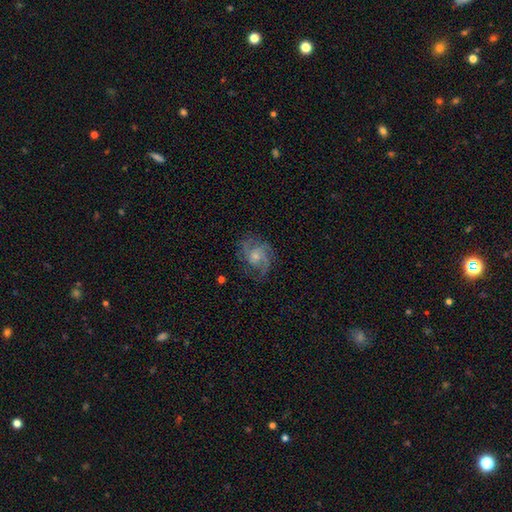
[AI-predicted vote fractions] Morphology: type=featured or disk (78%); edge-on=no (98%); bar=no (68%); spiral arms=yes (95%); winding=medium (48%); arm count=2 (32%); bulge=small (48%); merging=none (73%).